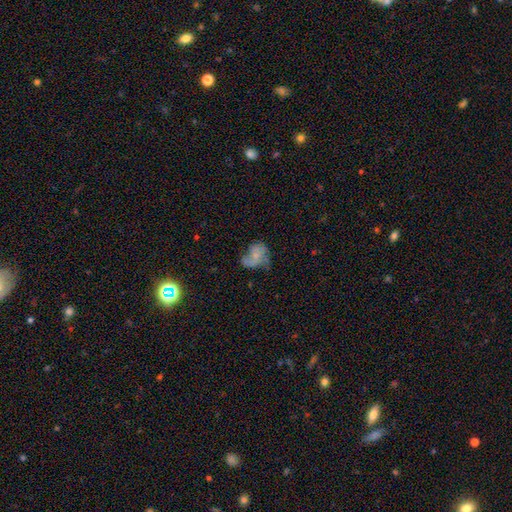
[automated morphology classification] Smooth or featured? Predicted: featured or disk (p=0.49). Merging? Predicted: none (p=0.33, tied with major disturbance).